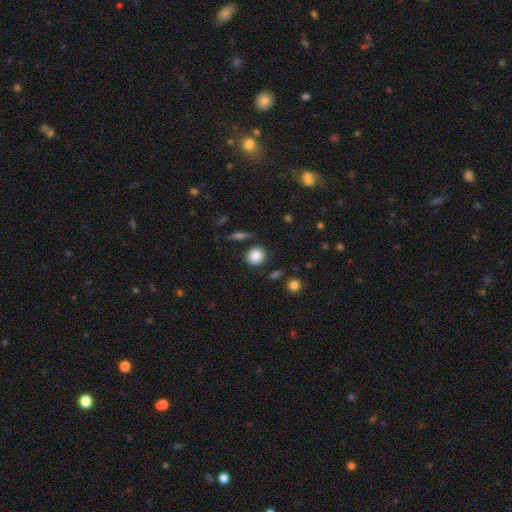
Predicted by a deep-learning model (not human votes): smooth 84%, star or artifact 9%, featured or disk 7%. Down the decision tree: how rounded — round (84%); merging — none (85%).